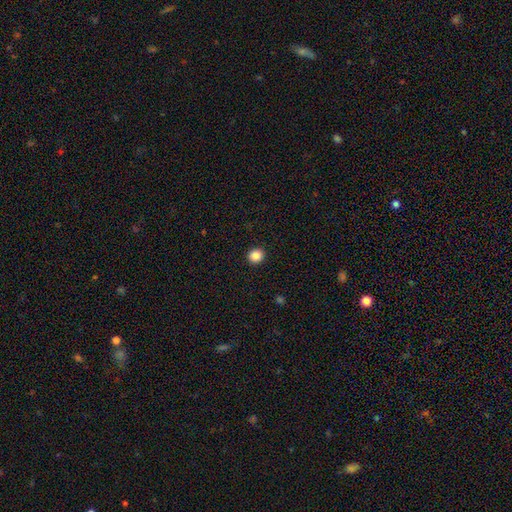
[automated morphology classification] type=smooth (86%); roundness=round (87%); merging=none (93%).